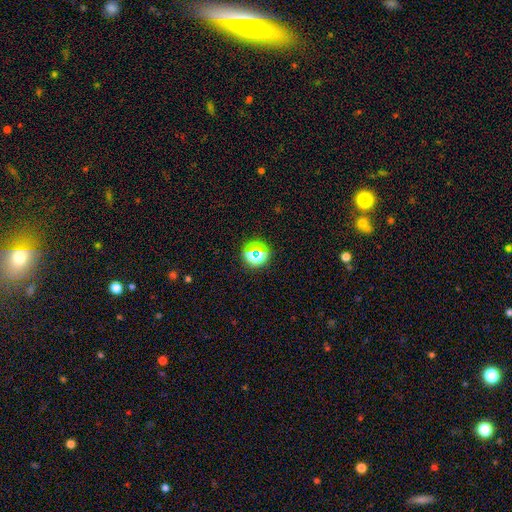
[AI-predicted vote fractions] Smooth or featured?
  - star or artifact: 57% *
  - smooth: 32%
  - featured or disk: 11%